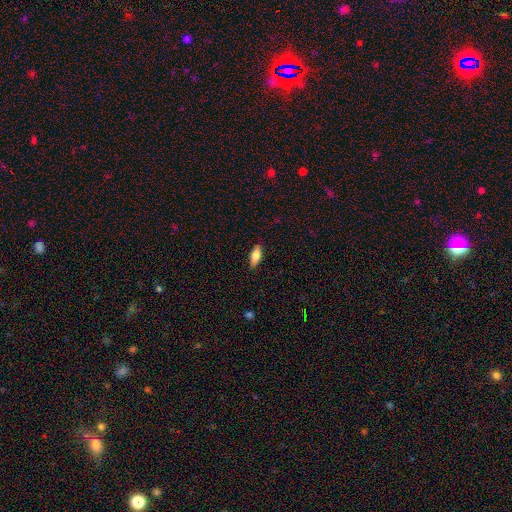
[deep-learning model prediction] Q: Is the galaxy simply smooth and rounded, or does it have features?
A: smooth — 75%.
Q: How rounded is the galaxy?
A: in between — 78%.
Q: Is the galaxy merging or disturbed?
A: none — 88%.